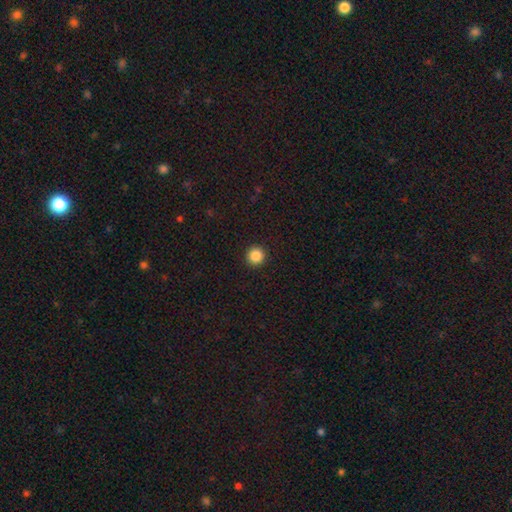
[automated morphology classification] smooth_or_featured: smooth (p=0.86) [alt: star or artifact p=0.10]
how_rounded: round (p=0.96) [alt: in between p=0.03]
merging: none (p=0.93) [alt: minor disturbance p=0.04]